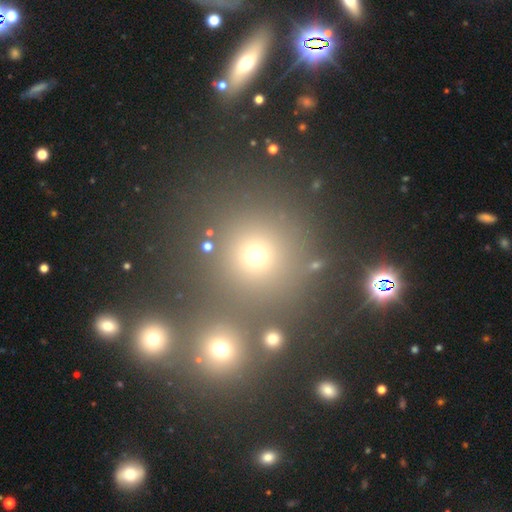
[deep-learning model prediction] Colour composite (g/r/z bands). It shows a smooth galaxy with no disk features (59%) that is round (92%). Merging: none (78%).